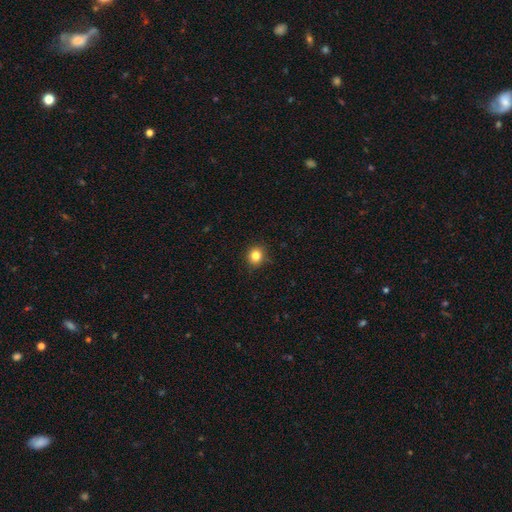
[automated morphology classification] Q: Smooth or featured?
A: smooth (83%); runner-up: star or artifact (11%)
Q: How rounded?
A: round (82%); runner-up: in between (17%)
Q: Merging?
A: none (89%); runner-up: minor disturbance (8%)